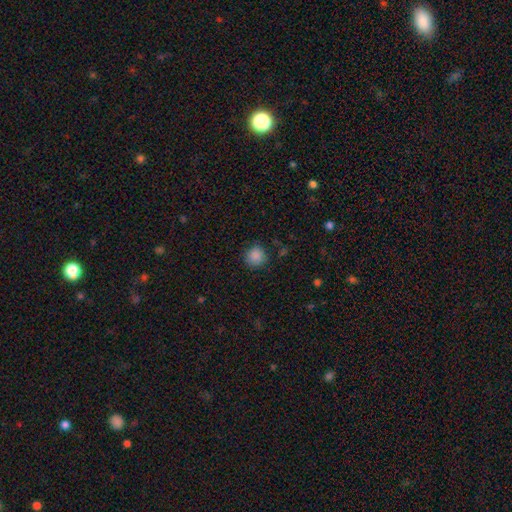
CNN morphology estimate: A smooth galaxy with no disk features (87%) that is round (91%). Merging: none (85%).